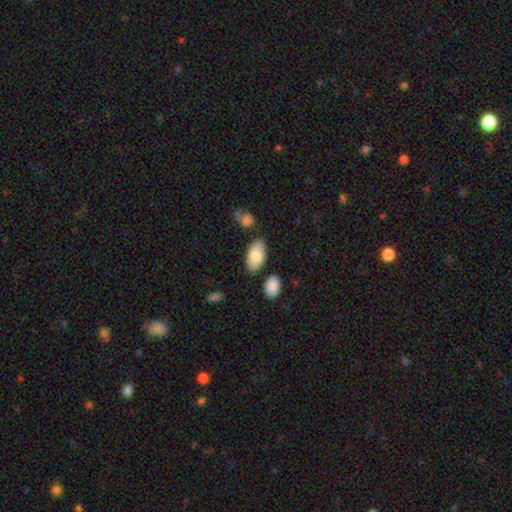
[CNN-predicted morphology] smooth 79%, featured or disk 15%, star or artifact 6%. Down the decision tree: how rounded — in between (95%); merging — none (77%).